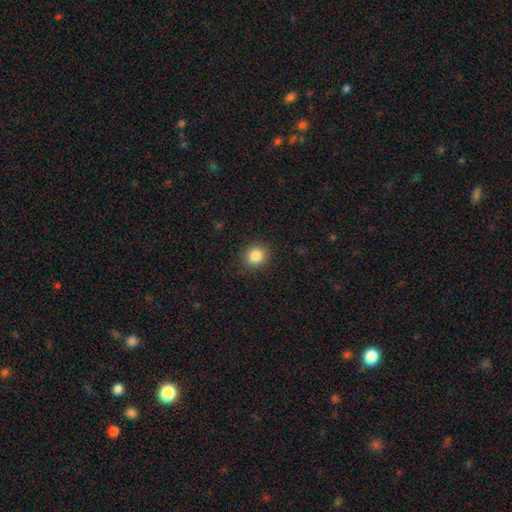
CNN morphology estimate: smooth_or_featured: smooth (p=0.85) [alt: star or artifact p=0.10]
how_rounded: round (p=0.80) [alt: in between p=0.19]
merging: none (p=0.88) [alt: minor disturbance p=0.08]